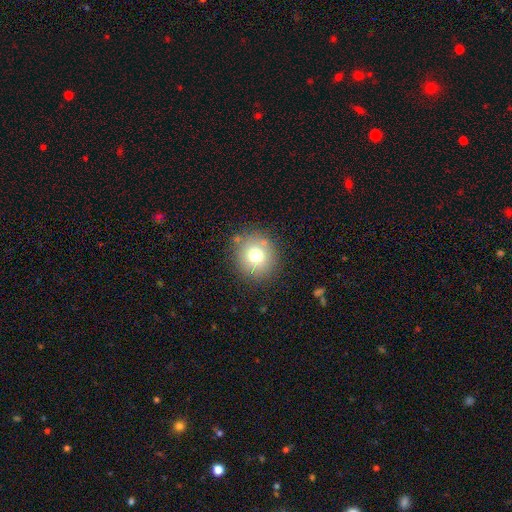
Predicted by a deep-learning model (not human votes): Overall: smooth (74%). How rounded: round (88%). Merging: none (84%).